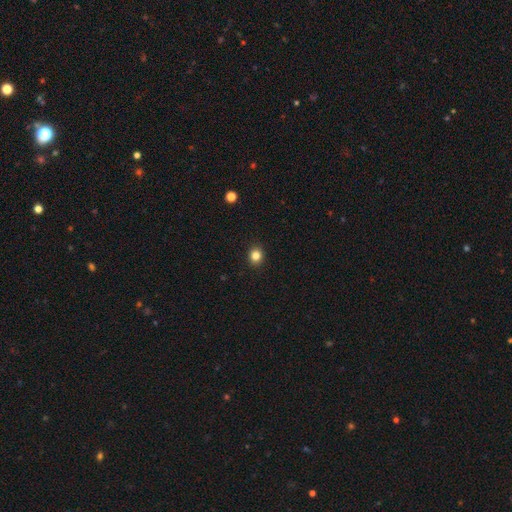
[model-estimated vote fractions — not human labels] Smooth or featured?
  - smooth: 83% *
  - star or artifact: 12%
  - featured or disk: 5%
How rounded?
  - round: 78% *
  - in between: 21%
  - cigar-shaped: 1%
Merging?
  - none: 92% *
  - minor disturbance: 5%
  - major disturbance: 2%
  - merger: 1%